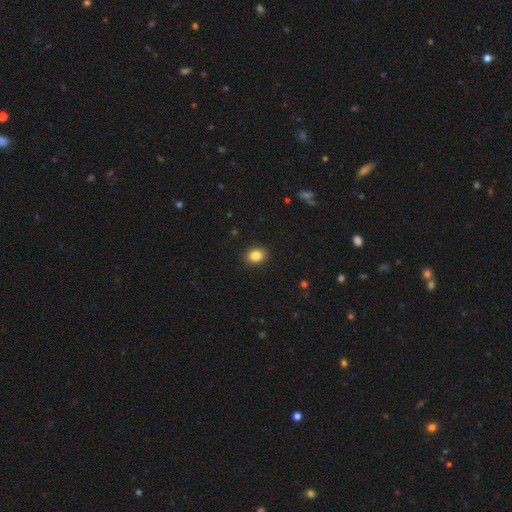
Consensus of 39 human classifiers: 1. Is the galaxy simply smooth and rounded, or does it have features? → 95% smooth, 5% star or artifact, 0% featured or disk.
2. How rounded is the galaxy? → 70% in between, 30% round, 0% cigar-shaped.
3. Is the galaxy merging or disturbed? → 92% none, 5% minor disturbance, 3% major disturbance, 0% merger.